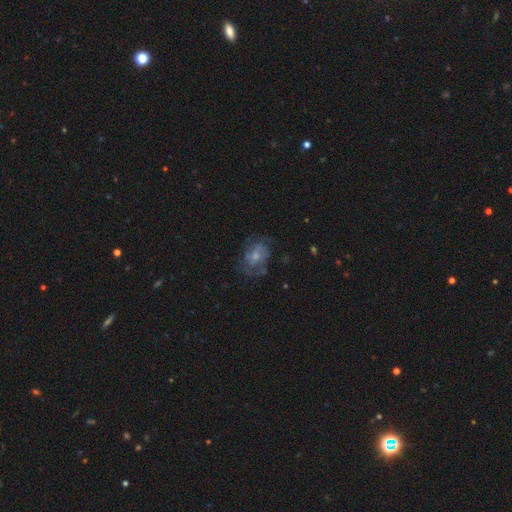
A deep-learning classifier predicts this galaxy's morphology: The model was most divided on "bulge size": small: 47%, moderate: 40%, none: 8%, large: 4%, dominant: 1%. More confident: edge-on disk — no (97%); bar — no (70%); spiral arms — yes (69%); smooth or featured — featured or disk (64%); merging — none (55%).